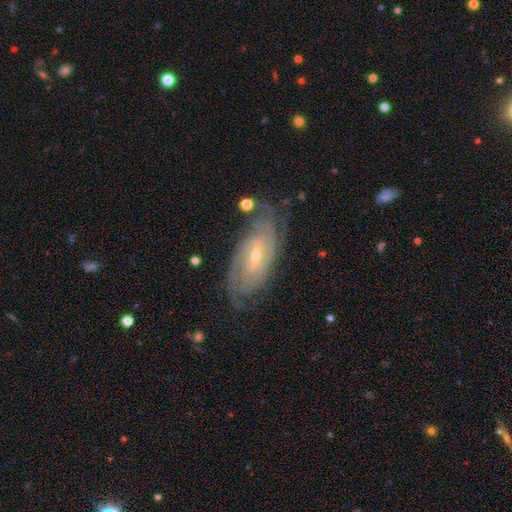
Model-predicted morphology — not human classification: Smooth or featured?
  - featured or disk: 87% *
  - smooth: 8%
  - star or artifact: 6%
Edge-on disk?
  - no: 93% *
  - yes: 7%
Bar?
  - weak: 47% *
  - no: 28%
  - strong: 24%
Spiral arms?
  - yes: 96% *
  - no: 4%
Spiral winding?
  - tight: 69% *
  - medium: 26%
  - loose: 6%
Spiral arm count?
  - 2: 36% *
  - can't tell: 29%
  - 3: 16%
  - 4: 10%
  - more than 4: 5%
  - 1: 5%
Bulge size?
  - small: 65% *
  - moderate: 32%
  - large: 1%
  - none: 1%
  - dominant: 1%
Merging?
  - none: 74% *
  - minor disturbance: 18%
  - major disturbance: 6%
  - merger: 2%